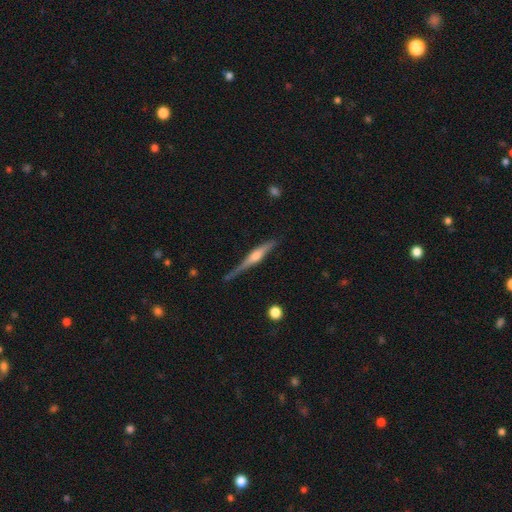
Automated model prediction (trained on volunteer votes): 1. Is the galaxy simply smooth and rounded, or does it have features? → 74% featured or disk, 20% smooth, 6% star or artifact.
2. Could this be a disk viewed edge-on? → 97% yes, 3% no.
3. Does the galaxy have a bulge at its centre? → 85% rounded, 10% boxy, 6% none.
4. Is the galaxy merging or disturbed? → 72% none, 21% minor disturbance, 5% major disturbance, 3% merger.